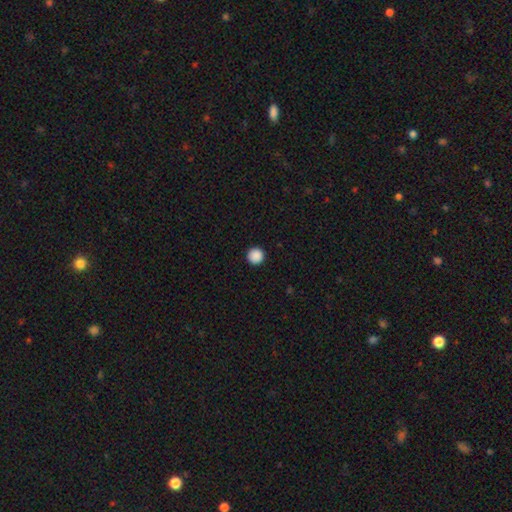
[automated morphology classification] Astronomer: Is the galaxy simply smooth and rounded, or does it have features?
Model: smooth — 89%.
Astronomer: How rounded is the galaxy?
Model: round — 96%.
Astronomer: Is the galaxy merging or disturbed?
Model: none — 94%.